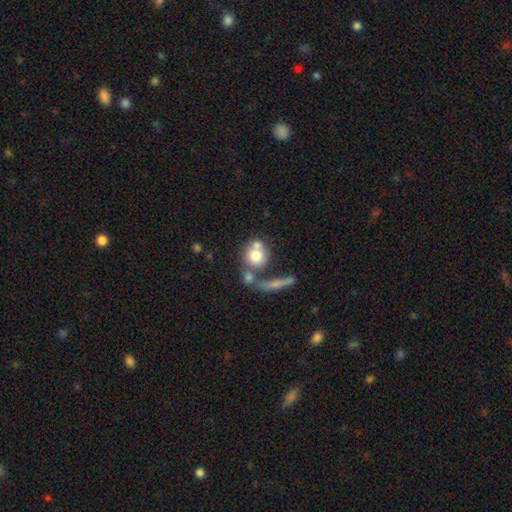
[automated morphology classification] Overall: smooth (72%). How rounded: round (77%). Merging: none (43%; merger 40%).